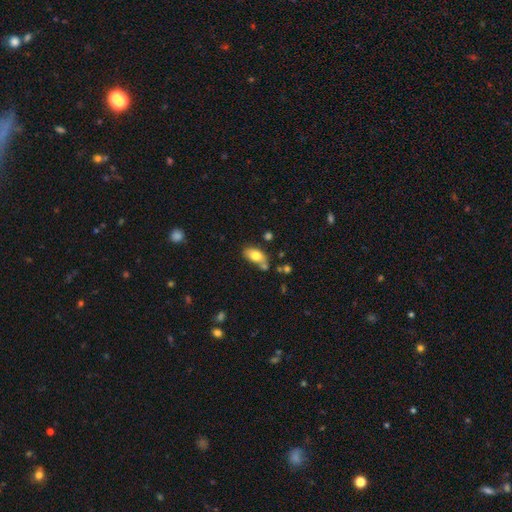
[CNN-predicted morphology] Smooth or featured? Predicted: smooth (p=0.78). How rounded? Predicted: in between (p=0.91). Merging? Predicted: none (p=0.55).